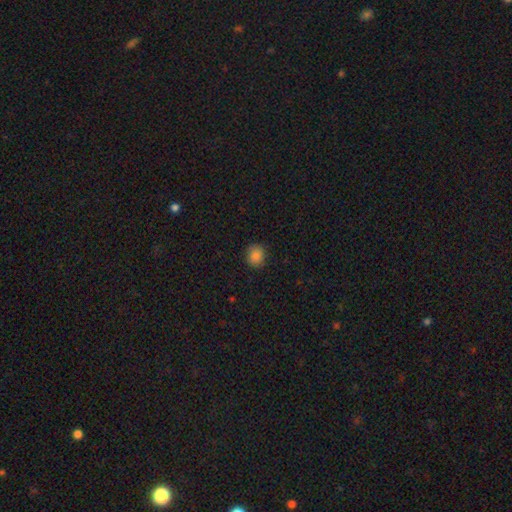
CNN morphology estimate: Smooth or featured? smooth (84%)
How rounded? round (79%)
Merging? none (88%)